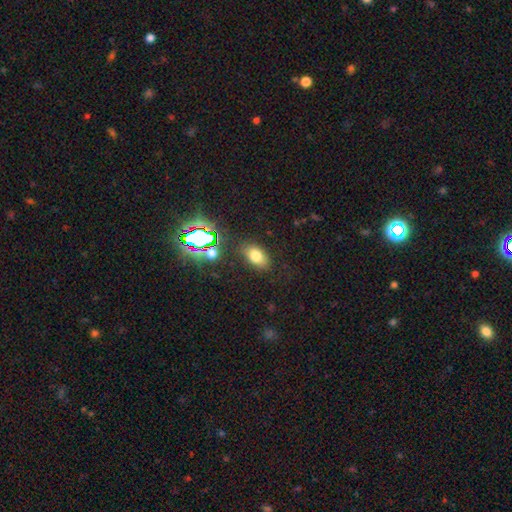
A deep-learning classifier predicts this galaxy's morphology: smooth_or_featured: smooth (p=0.73) [alt: star or artifact p=0.17]
how_rounded: in between (p=0.86) [alt: round p=0.11]
merging: none (p=0.80) [alt: minor disturbance p=0.12]